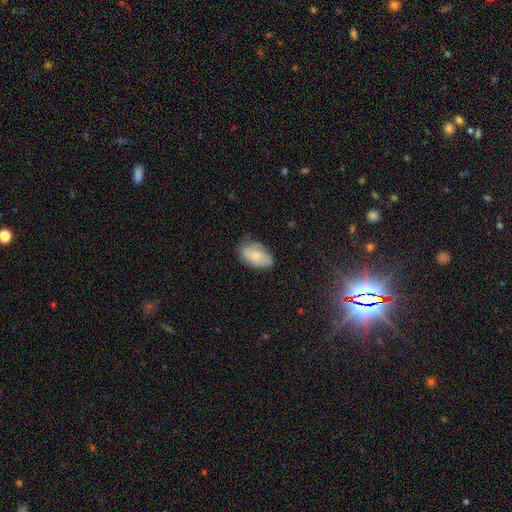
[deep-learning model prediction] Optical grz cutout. It shows a smooth galaxy with no disk features (60%) that is in between round and cigar-shaped (91%). Merging: none (58%).